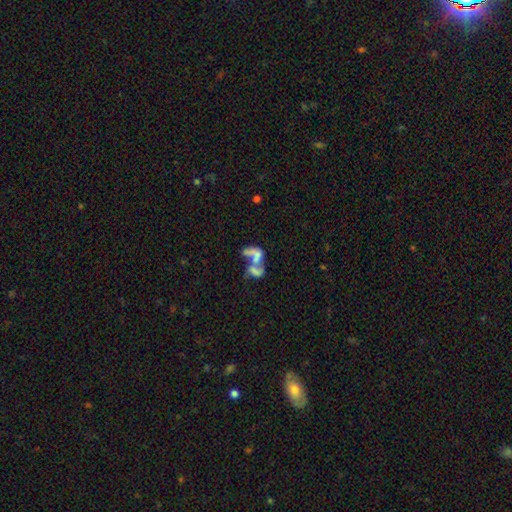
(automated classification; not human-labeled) This appears to be a featured or disk galaxy (54%) with no bar (78%), no spiral arms (68%) and no central bulge (62%). Merging: merger (65%).